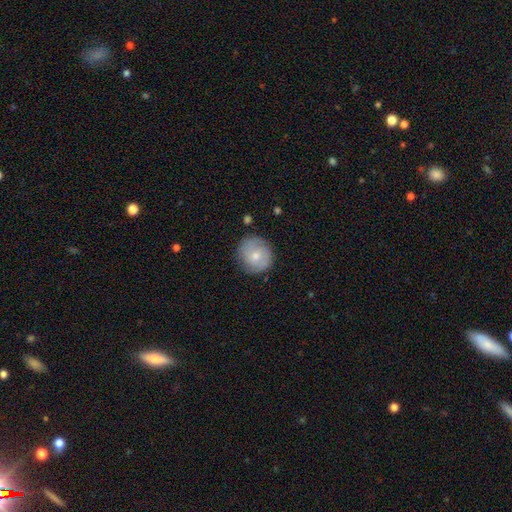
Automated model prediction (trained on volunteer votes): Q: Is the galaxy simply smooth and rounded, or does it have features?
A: smooth — 63%.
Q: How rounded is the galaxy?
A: round — 89%.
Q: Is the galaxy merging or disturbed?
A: none — 79%.